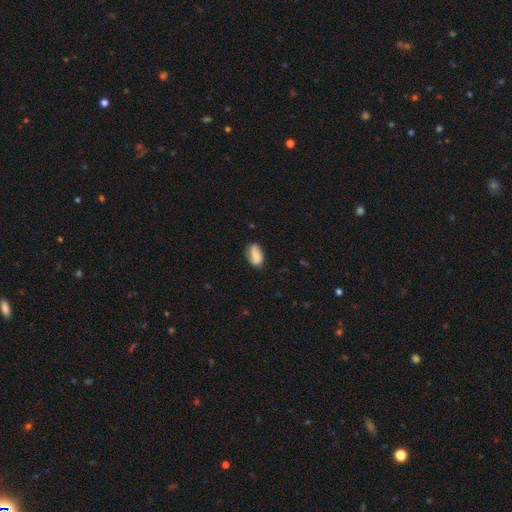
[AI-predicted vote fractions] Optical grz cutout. It shows a smooth galaxy with no disk features (65%) that is in between round and cigar-shaped (90%). Merging: none (64%).